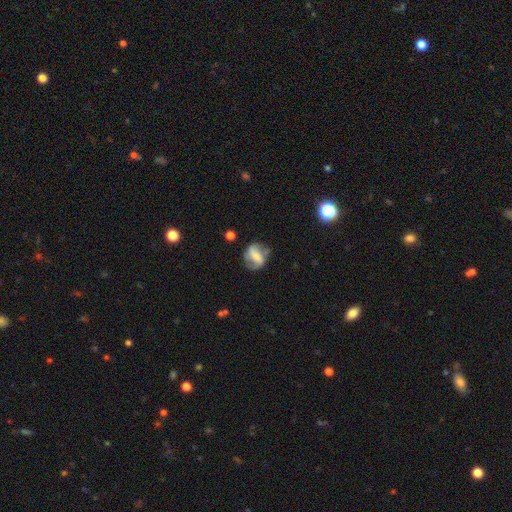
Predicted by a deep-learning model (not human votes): smooth_or_featured: featured or disk (p=0.58) [alt: smooth p=0.34]
disk_edge_on: no (p=0.95) [alt: yes p=0.05]
bar: strong (p=0.50) [alt: weak p=0.30]
has_spiral_arms: yes (p=0.70) [alt: no p=0.30]
bulge_size: none (p=0.32) [alt: small p=0.30]
merging: none (p=0.57) [alt: minor disturbance p=0.25]